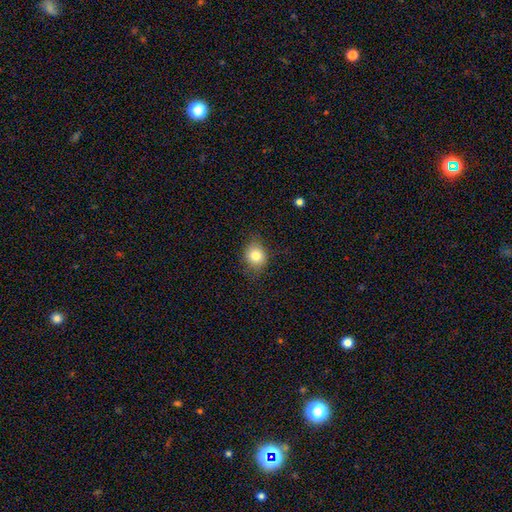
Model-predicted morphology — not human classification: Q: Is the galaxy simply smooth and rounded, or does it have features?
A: smooth — 81%.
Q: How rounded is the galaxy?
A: round — 66%.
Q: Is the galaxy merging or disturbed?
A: none — 77%.